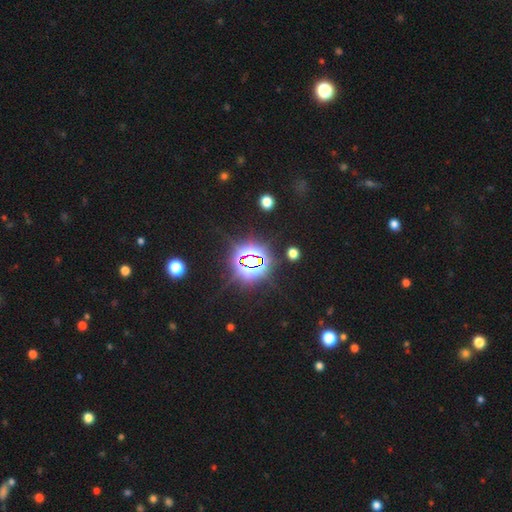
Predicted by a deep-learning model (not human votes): The model was most divided on "smooth or featured": star or artifact: 80%, smooth: 12%, featured or disk: 8%.